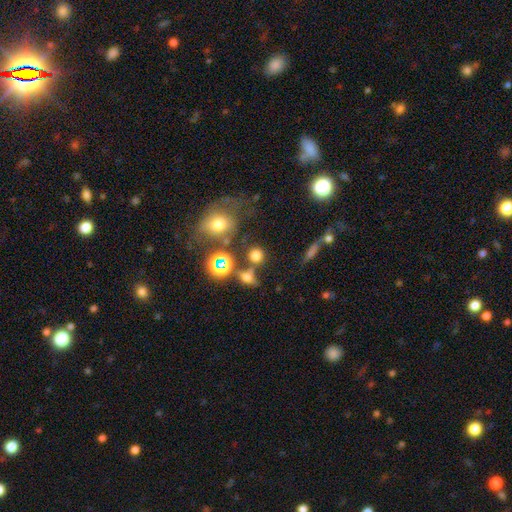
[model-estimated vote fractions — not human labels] This appears to be a smooth galaxy with no disk features (69%) that is round (82%). Merging: none (61%).